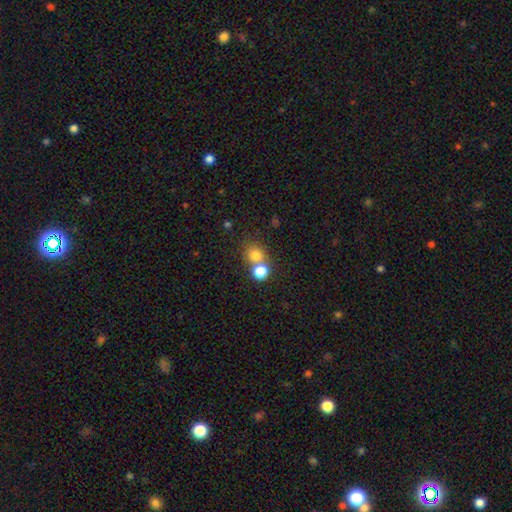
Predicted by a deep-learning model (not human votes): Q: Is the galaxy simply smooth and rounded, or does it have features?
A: smooth — 78%.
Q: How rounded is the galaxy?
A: round — 82%.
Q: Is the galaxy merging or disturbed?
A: none — 49%.